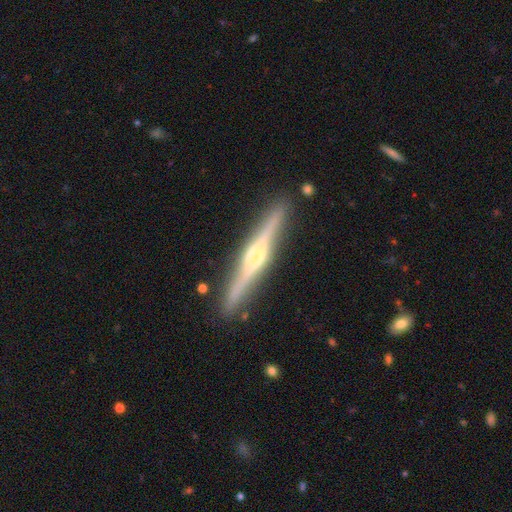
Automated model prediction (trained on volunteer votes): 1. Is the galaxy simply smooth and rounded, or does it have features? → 82% featured or disk, 12% smooth, 5% star or artifact.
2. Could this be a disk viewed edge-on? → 98% yes, 2% no.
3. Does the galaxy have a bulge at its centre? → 78% rounded, 16% boxy, 6% none.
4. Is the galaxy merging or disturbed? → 89% none, 8% minor disturbance, 2% major disturbance, 2% merger.